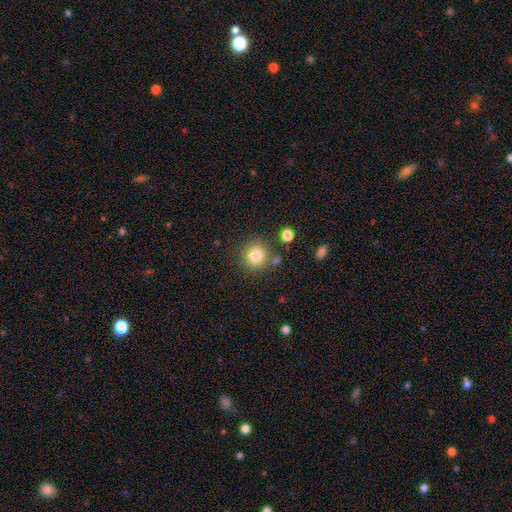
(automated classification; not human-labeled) Morphology: type=smooth (82%); roundness=round (91%); merging=none (79%).